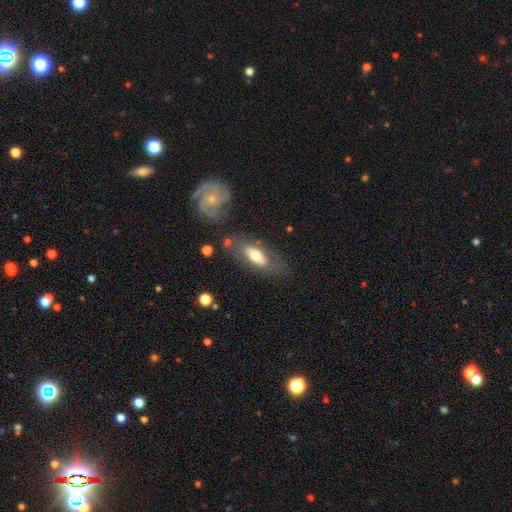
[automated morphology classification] Smooth or featured? smooth (56%)
How rounded? in between (80%)
Merging? none (67%)